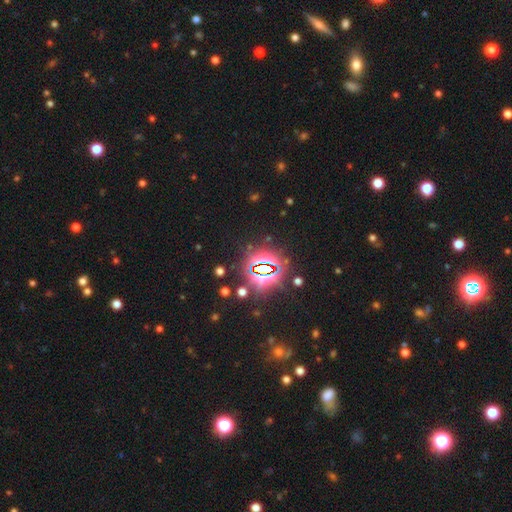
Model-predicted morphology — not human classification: A star or artifact, not a galaxy (82%).